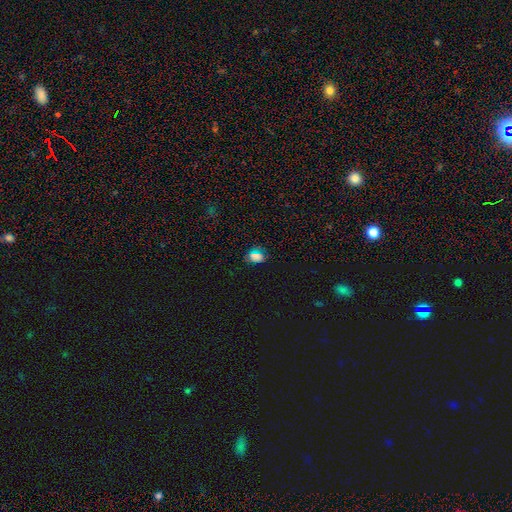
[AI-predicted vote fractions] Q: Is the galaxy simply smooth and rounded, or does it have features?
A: smooth — 57%.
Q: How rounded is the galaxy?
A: in between — 56%.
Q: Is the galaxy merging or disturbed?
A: none — 77%.